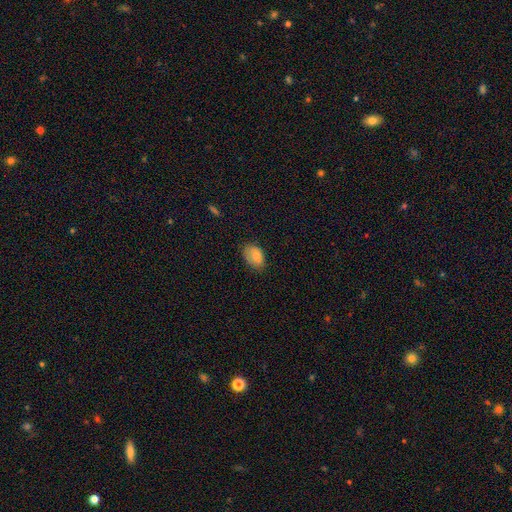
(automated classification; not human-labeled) A smooth galaxy with no disk features (81%) that is in between round and cigar-shaped (87%). Merging: none (73%).